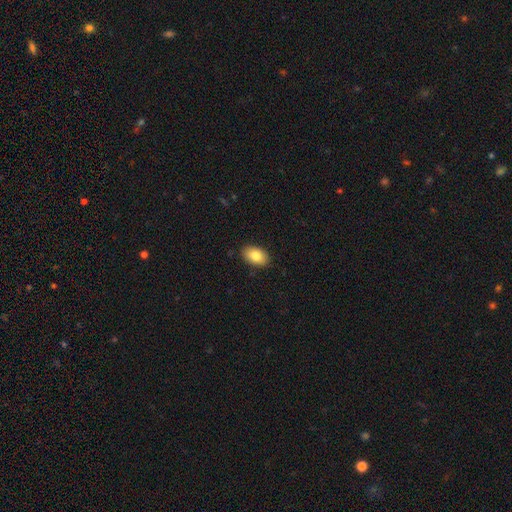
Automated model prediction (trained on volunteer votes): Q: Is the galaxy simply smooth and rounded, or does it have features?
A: smooth — 84%.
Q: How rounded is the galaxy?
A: in between — 91%.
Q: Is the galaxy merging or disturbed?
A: none — 89%.